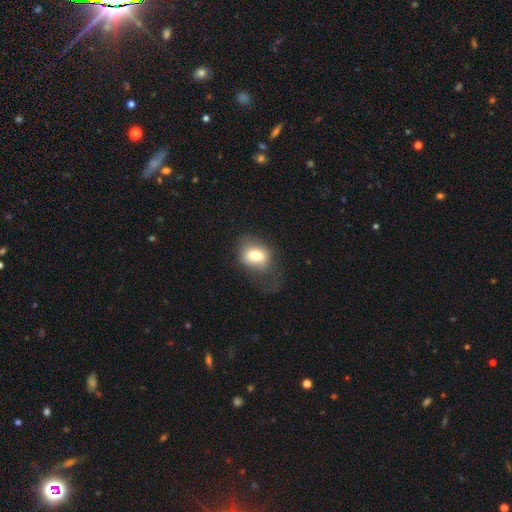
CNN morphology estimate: A smooth galaxy with no disk features (73%) that is in between round and cigar-shaped (72%).

Vote fractions:
- Smooth or featured? smooth: 73% / featured or disk: 17% / star or artifact: 9%
- How rounded? in between: 72% / round: 27% / cigar-shaped: 2%
- Merging? none: 45% / major disturbance: 29% / minor disturbance: 24% / merger: 2%